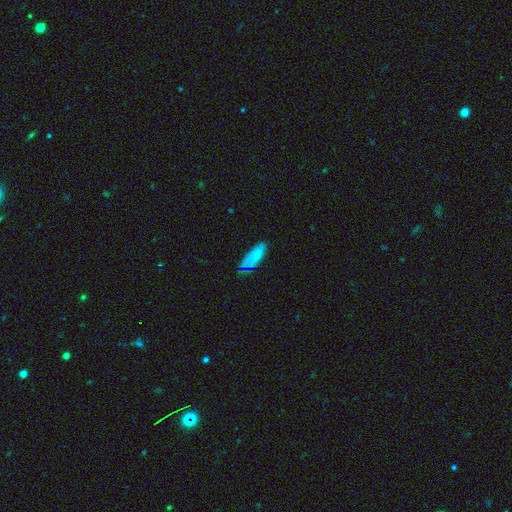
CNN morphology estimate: smooth 66%, featured or disk 24%, star or artifact 10%. Down the decision tree: how rounded — in between (65%); merging — none (51%).